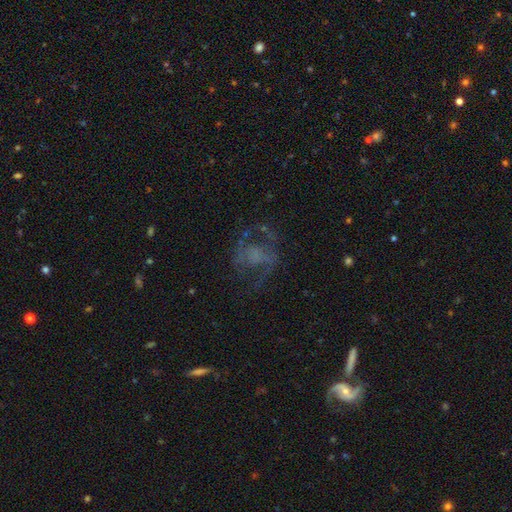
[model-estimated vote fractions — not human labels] Smooth or featured?
  - featured or disk: 62% *
  - smooth: 21%
  - star or artifact: 18%
Edge-on disk?
  - no: 97% *
  - yes: 3%
Bar?
  - no: 68% *
  - weak: 25%
  - strong: 8%
Spiral arms?
  - yes: 59% *
  - no: 41%
Bulge size?
  - none: 56% *
  - small: 19%
  - moderate: 16%
  - large: 8%
  - dominant: 2%
Merging?
  - none: 55% *
  - major disturbance: 26%
  - minor disturbance: 16%
  - merger: 2%